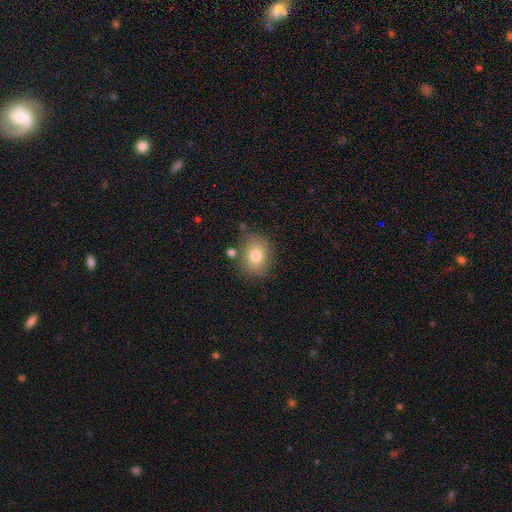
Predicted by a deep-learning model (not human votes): smooth_or_featured: smooth (p=0.79) [alt: featured or disk p=0.11]
how_rounded: in between (p=0.54) [alt: round p=0.45]
merging: none (p=0.76) [alt: minor disturbance p=0.15]